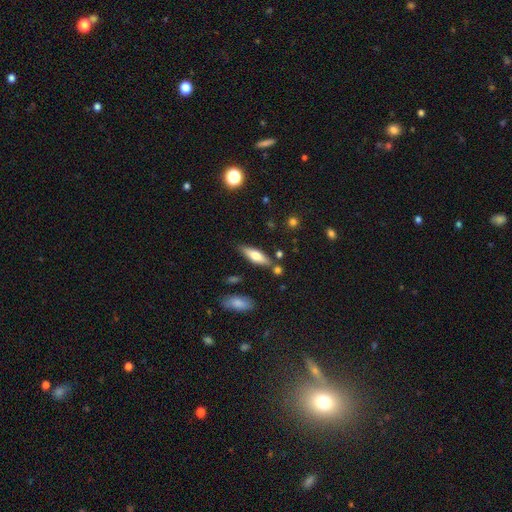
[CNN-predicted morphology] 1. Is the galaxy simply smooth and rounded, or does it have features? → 63% smooth, 31% featured or disk, 7% star or artifact.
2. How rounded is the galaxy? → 52% in between, 46% cigar-shaped, 2% round.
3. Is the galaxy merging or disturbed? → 76% none, 14% minor disturbance, 7% merger, 3% major disturbance.